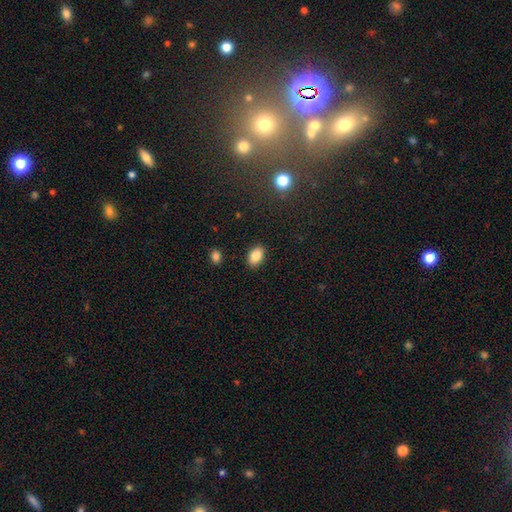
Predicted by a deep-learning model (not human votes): This is clearly a smooth galaxy (84%). How rounded: clearly in between (88%). Merging: clearly none (87%).